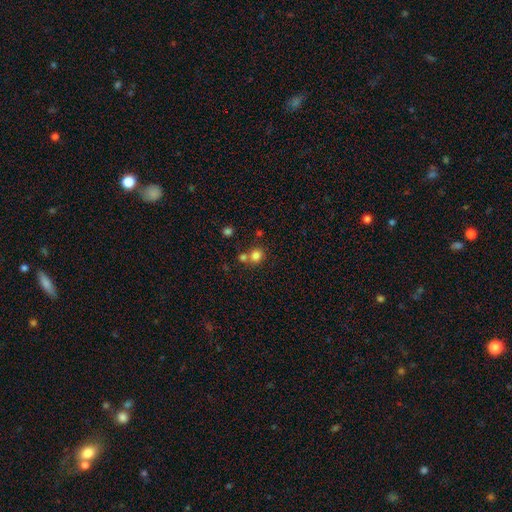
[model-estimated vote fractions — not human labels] Overall: smooth (80%). How rounded: round (84%). Merging: none (58%; merger 31%).